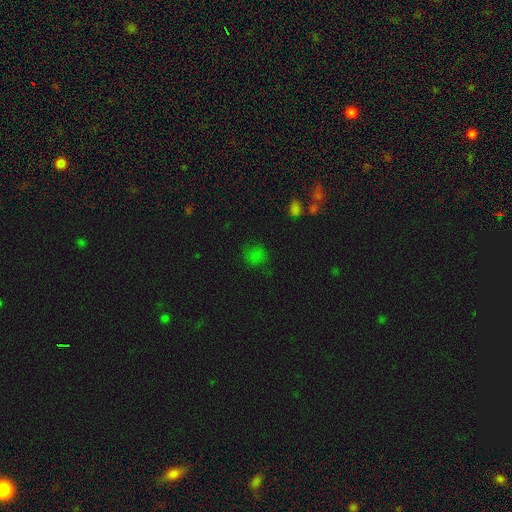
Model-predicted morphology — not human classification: Overall: smooth (67%). How rounded: round (80%). Merging: none (74%).